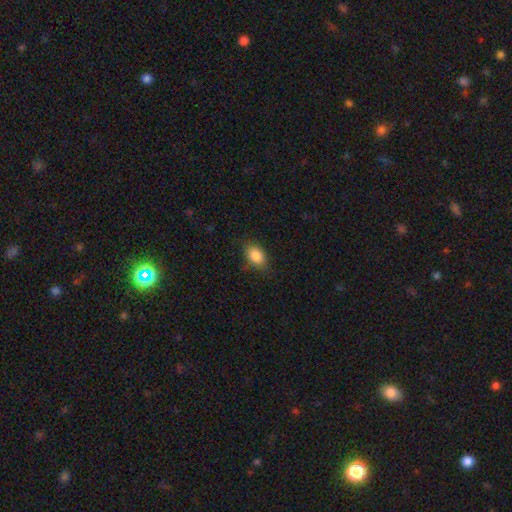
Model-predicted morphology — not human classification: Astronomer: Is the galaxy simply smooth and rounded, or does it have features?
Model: smooth — 86%.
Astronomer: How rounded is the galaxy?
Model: in between — 84%.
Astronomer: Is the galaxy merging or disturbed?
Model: none — 78%.